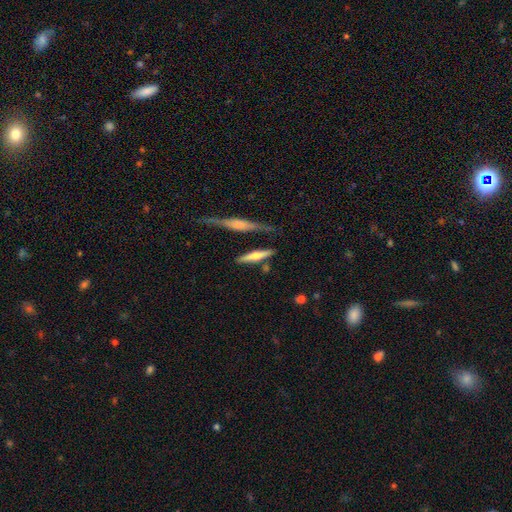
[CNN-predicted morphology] A smooth galaxy with no disk features (53%) that is cigar-shaped (78%). Merging: none (69%).